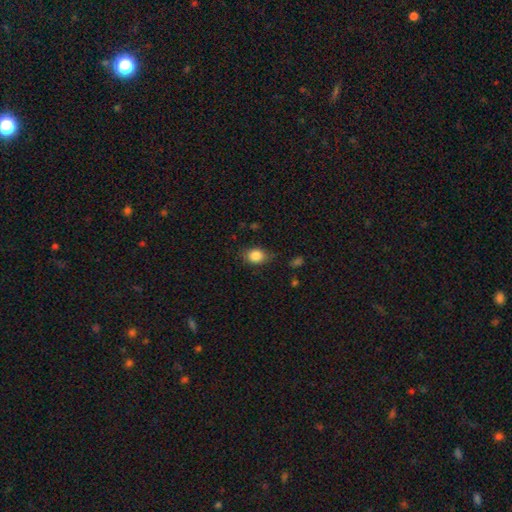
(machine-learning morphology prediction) This appears to be a smooth galaxy with no disk features (84%) that is in between round and cigar-shaped (63%). Merging: none (73%).